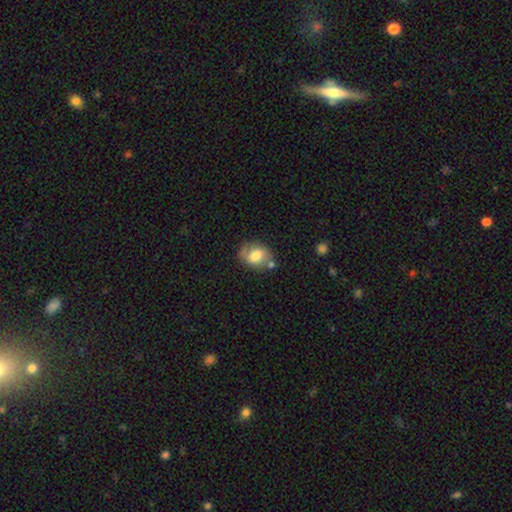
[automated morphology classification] type=smooth (68%); roundness=in between (54%); merging=none (63%).